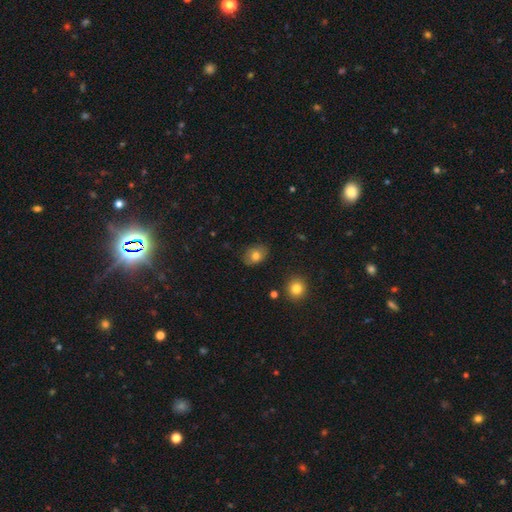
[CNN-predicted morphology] smooth-or-featured: smooth: 73% | featured or disk: 17% | star or artifact: 9%
  how-rounded: in between: 69% | round: 30% | cigar-shaped: 1%
  merging: none: 81% | minor disturbance: 14% | major disturbance: 3% | merger: 1%